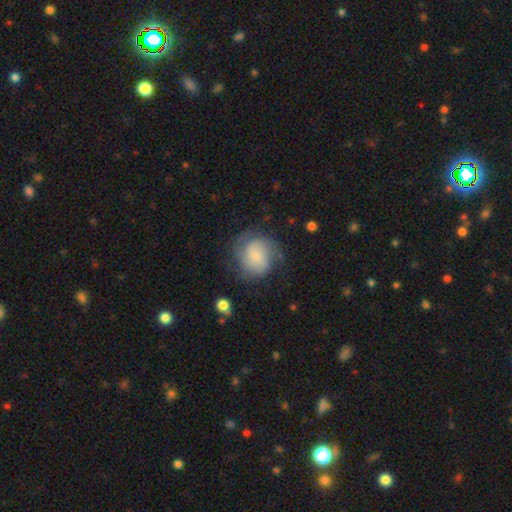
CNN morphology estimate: Smooth or featured? Predicted: featured or disk (p=0.47). Merging? Predicted: none (p=0.61).